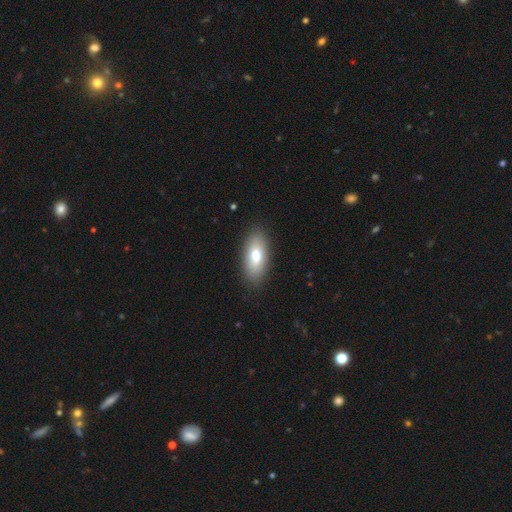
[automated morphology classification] Q: Smooth or featured?
A: smooth (77%); runner-up: featured or disk (16%)
Q: How rounded?
A: in between (85%); runner-up: cigar-shaped (12%)
Q: Merging?
A: none (88%); runner-up: minor disturbance (9%)